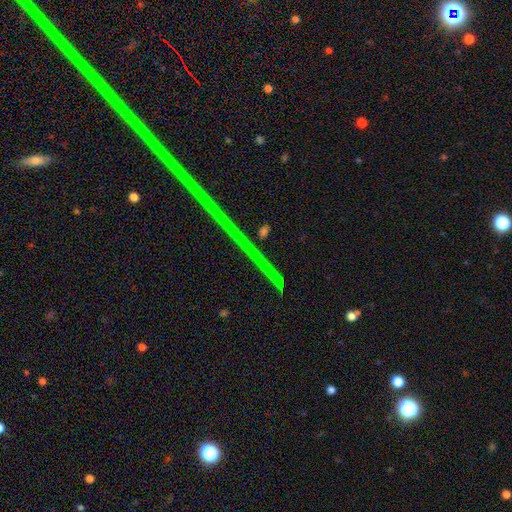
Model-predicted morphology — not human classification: Smooth or featured? star or artifact (87%)